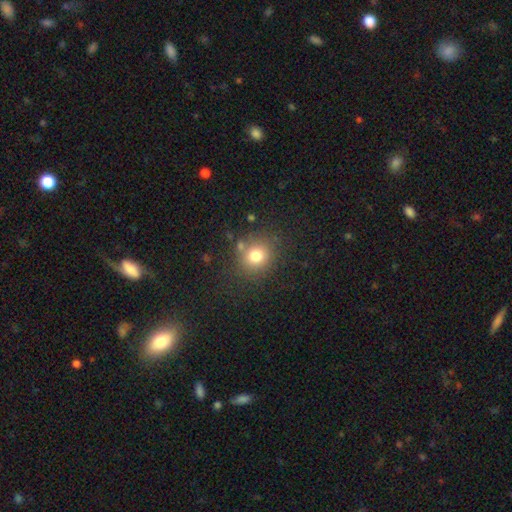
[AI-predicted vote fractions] smooth 77%, star or artifact 14%, featured or disk 9%. Down the decision tree: how rounded — round (82%); merging — none (78%).